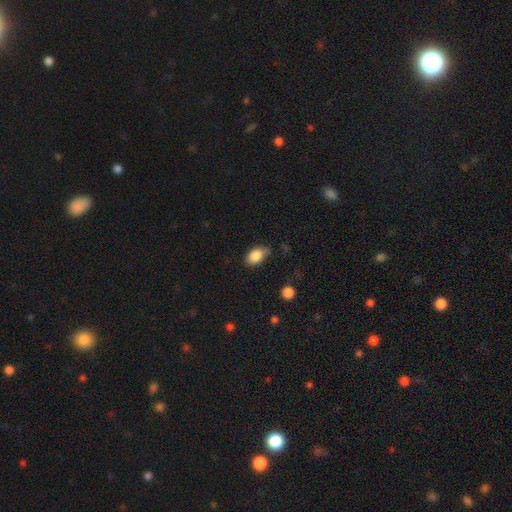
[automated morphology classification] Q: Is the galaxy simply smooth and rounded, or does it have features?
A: smooth — 85%.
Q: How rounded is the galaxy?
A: in between — 88%.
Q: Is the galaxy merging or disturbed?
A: none — 70%.